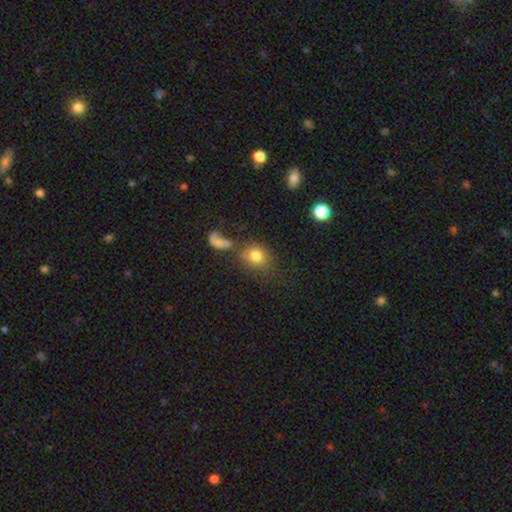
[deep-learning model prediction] smooth-or-featured: smooth: 76% | featured or disk: 12% | star or artifact: 12%
  how-rounded: round: 64% | in between: 35% | cigar-shaped: 2%
  merging: none: 50% | merger: 23% | minor disturbance: 14% | major disturbance: 13%